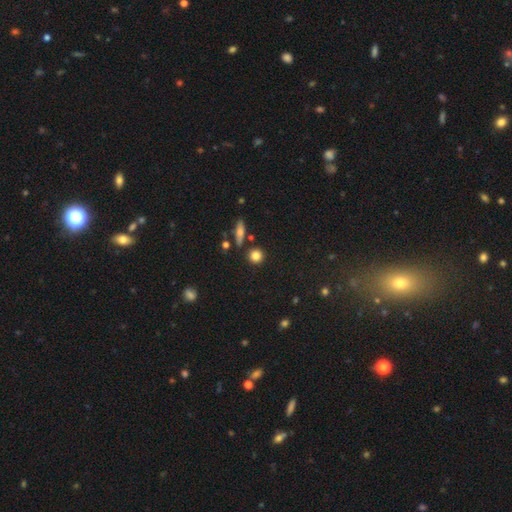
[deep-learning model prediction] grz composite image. It shows a smooth galaxy with no disk features (82%) that is round (90%). Merging: none (84%).